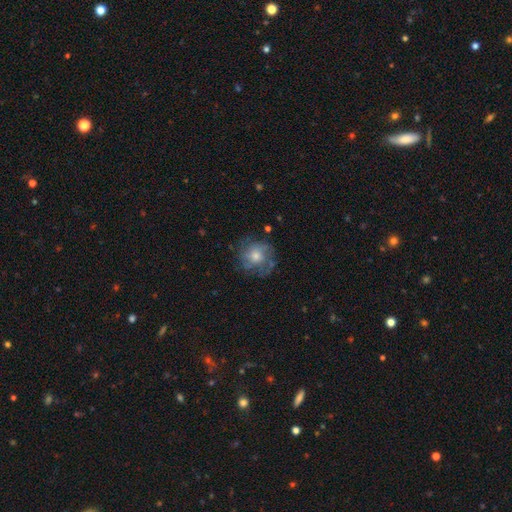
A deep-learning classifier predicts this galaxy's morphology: This appears to be a featured or disk galaxy (51%). Merging: none (68%).